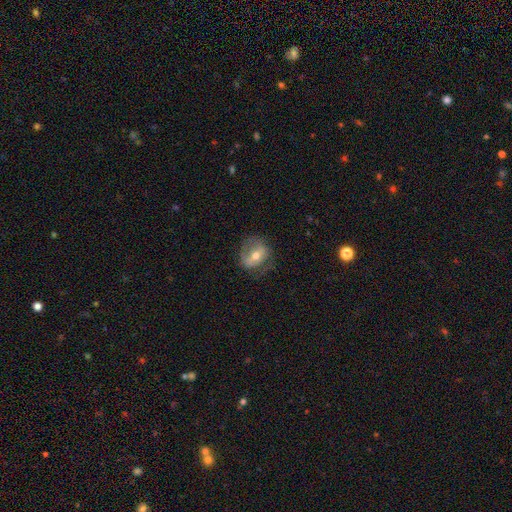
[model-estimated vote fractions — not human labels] This is possibly a featured or disk galaxy (53%). It is clearly not viewed edge-on (93%). Merging: likely none (61%).